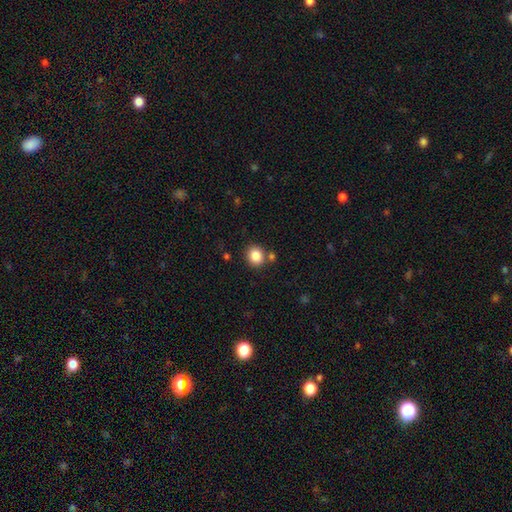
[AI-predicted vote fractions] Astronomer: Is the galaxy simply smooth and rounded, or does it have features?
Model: smooth — 85%.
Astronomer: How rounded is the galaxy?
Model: round — 81%.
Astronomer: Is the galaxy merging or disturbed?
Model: none — 79%.